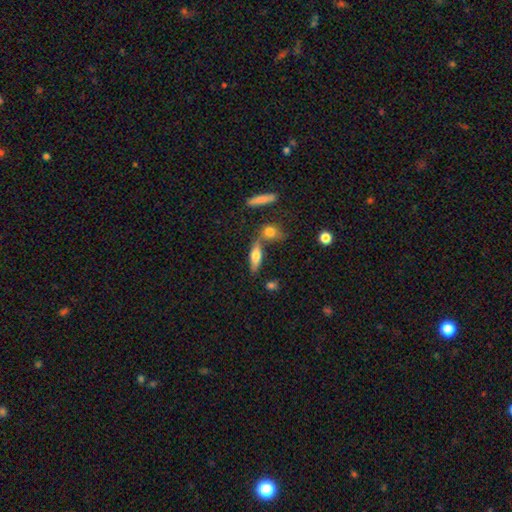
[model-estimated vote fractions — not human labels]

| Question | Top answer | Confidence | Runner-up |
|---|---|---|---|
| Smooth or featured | smooth | 59% | featured or disk (33%) |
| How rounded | in between | 49% | cigar-shaped (47%) |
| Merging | none | 54% | merger (29%) |